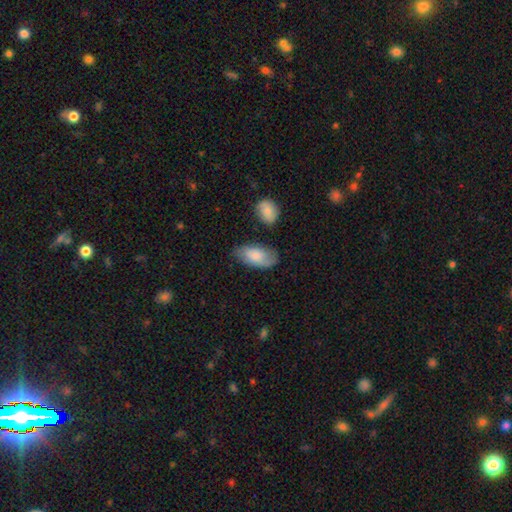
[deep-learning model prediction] smooth 77%, featured or disk 18%, star or artifact 6%. Down the decision tree: how rounded — in between (94%); merging — none (68%).